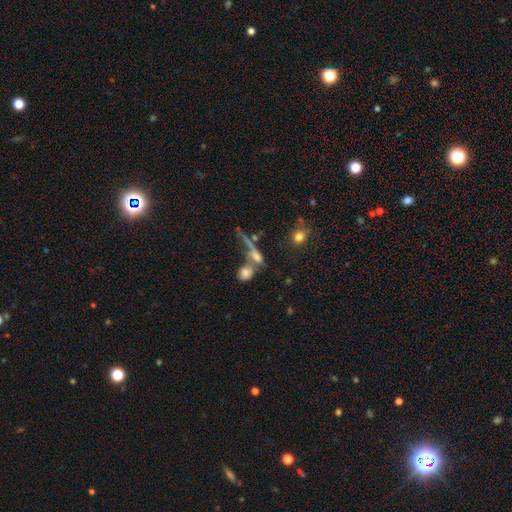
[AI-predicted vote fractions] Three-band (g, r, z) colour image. It shows a smooth galaxy with no disk features (56%) that is in between round and cigar-shaped (40%). Merging: none (40%, tied with merger).